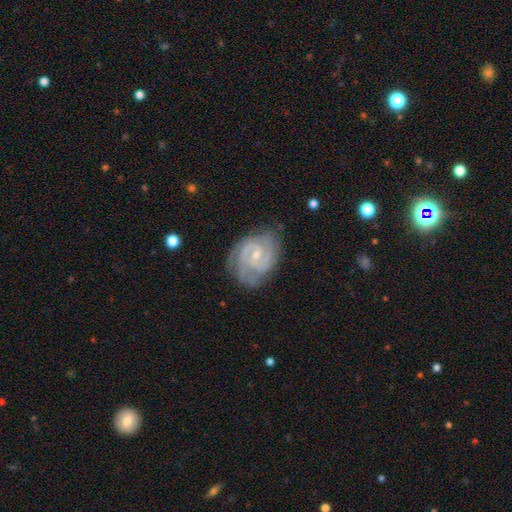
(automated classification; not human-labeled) A featured or disk galaxy (88%) with no bar (47%), 2 (52%) tight (60%) spiral arms (97%) and a small central bulge (64%). Merging: none (69%).